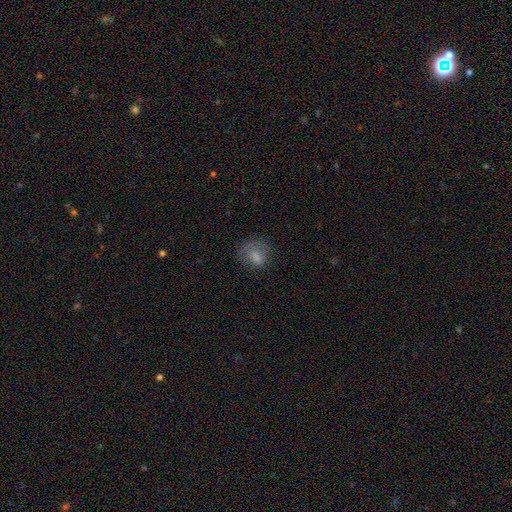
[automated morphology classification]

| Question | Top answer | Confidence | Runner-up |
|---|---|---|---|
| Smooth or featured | smooth | 70% | featured or disk (18%) |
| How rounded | round | 55% | in between (43%) |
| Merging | none | 52% | minor disturbance (25%) |